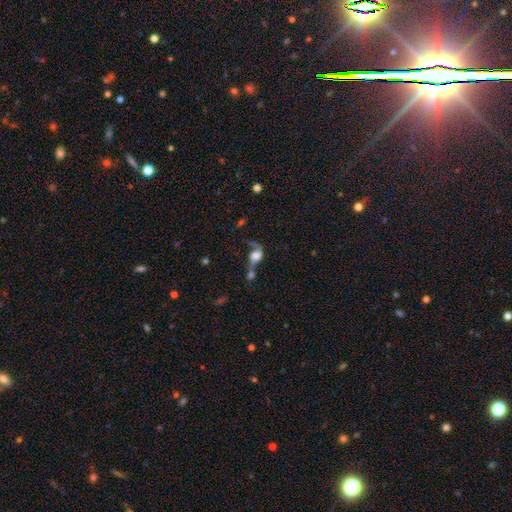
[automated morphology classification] A featured or disk galaxy (56%) with no bar (67%), spiral arms (77%) and a large central bulge (47%).

Vote fractions:
- Smooth or featured? featured or disk: 56% / smooth: 32% / star or artifact: 12%
- Edge-on disk? no: 91% / yes: 9%
- Bar? no: 67% / weak: 24% / strong: 8%
- Spiral arms? yes: 77% / no: 23%
- Bulge size? large: 47% / moderate: 18% / dominant: 15% / none: 12% / small: 8%
- Merging? merger: 51% / major disturbance: 20% / none: 19% / minor disturbance: 9%